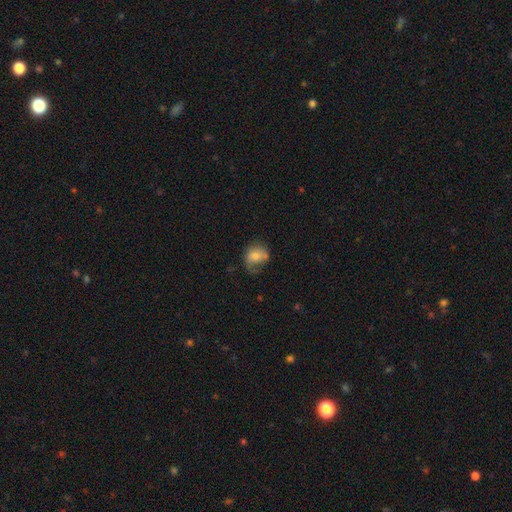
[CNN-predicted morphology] type=smooth (64%); roundness=round (50%); merging=none (39%).